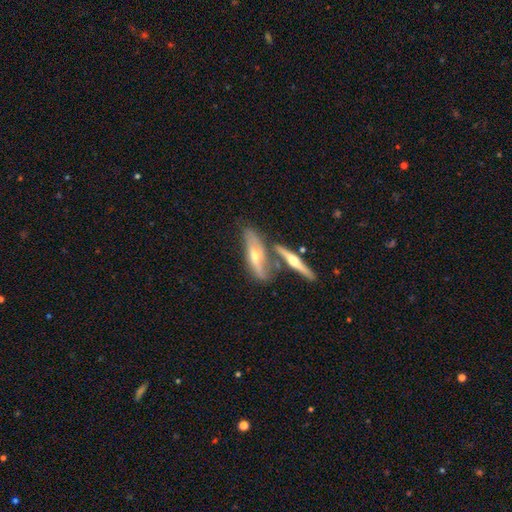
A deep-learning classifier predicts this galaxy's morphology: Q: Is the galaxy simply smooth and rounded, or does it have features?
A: featured or disk — 68%.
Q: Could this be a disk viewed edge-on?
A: yes — 76%.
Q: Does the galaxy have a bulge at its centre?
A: rounded — 93%.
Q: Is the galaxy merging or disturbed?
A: none — 48%.